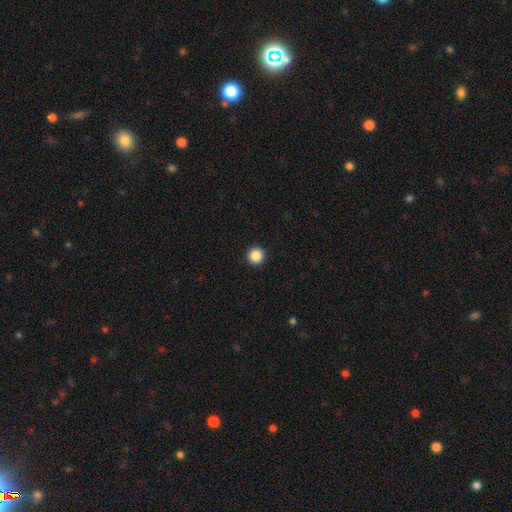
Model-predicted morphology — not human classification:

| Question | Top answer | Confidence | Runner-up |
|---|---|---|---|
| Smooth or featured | smooth | 87% | star or artifact (10%) |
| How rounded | round | 96% | in between (3%) |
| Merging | none | 94% | minor disturbance (4%) |